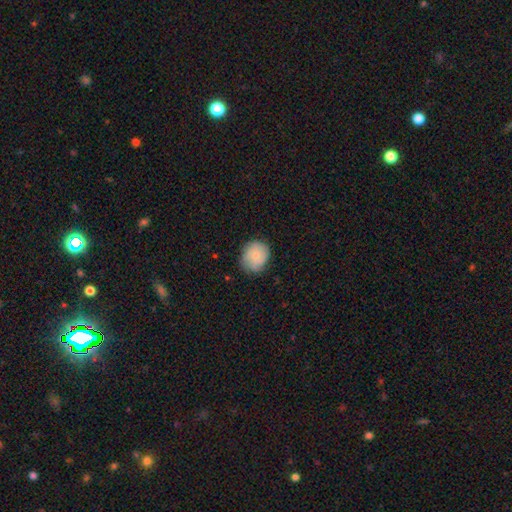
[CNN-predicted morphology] smooth 62%, featured or disk 30%, star or artifact 8%. Down the decision tree: how rounded — round (72%); merging — none (76%).